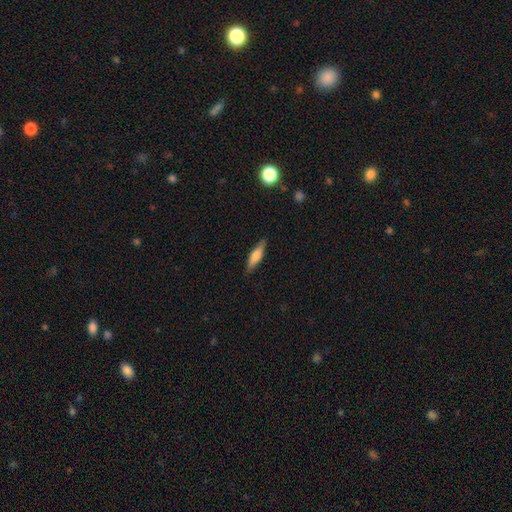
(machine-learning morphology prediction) Overall: smooth (66%; featured or disk 28%). How rounded: cigar-shaped (67%; in between 31%). Merging: none (87%).